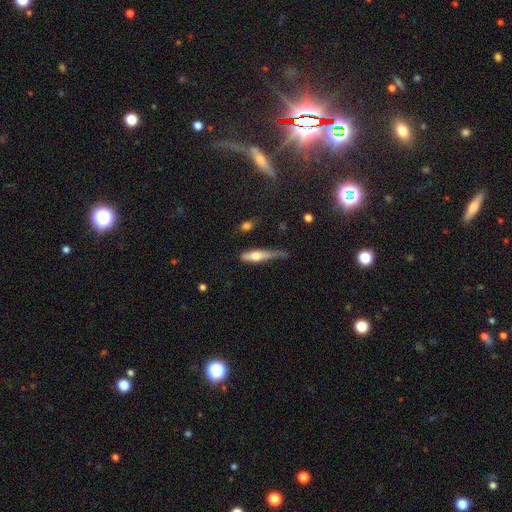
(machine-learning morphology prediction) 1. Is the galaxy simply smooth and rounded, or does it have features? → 56% smooth, 37% featured or disk, 7% star or artifact.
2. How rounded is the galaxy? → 73% cigar-shaped, 25% in between, 3% round.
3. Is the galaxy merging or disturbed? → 38% minor disturbance, 32% none, 25% major disturbance, 5% merger.